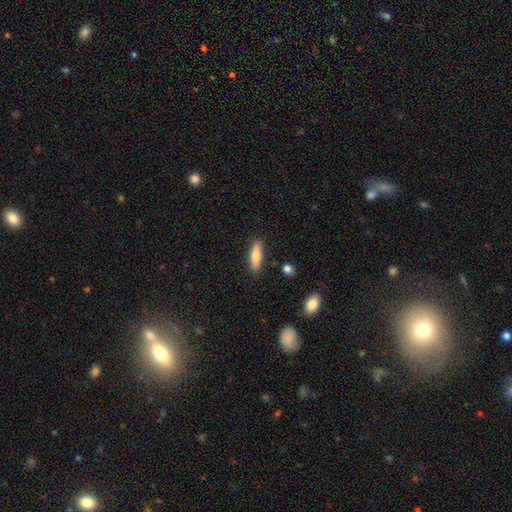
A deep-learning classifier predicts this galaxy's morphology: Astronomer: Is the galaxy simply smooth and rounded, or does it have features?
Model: smooth — 74%.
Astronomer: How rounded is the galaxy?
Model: cigar-shaped — 56% (runner-up: in between, 42%).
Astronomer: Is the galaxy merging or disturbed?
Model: none — 87%.